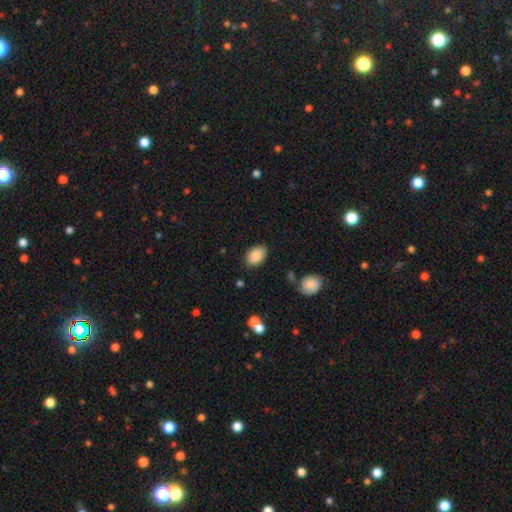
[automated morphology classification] A smooth galaxy with no disk features (88%) that is in between round and cigar-shaped (85%).

Vote fractions:
- Smooth or featured? smooth: 88% / star or artifact: 7% / featured or disk: 5%
- How rounded? in between: 85% / round: 14% / cigar-shaped: 1%
- Merging? none: 82% / minor disturbance: 13% / major disturbance: 3% / merger: 2%